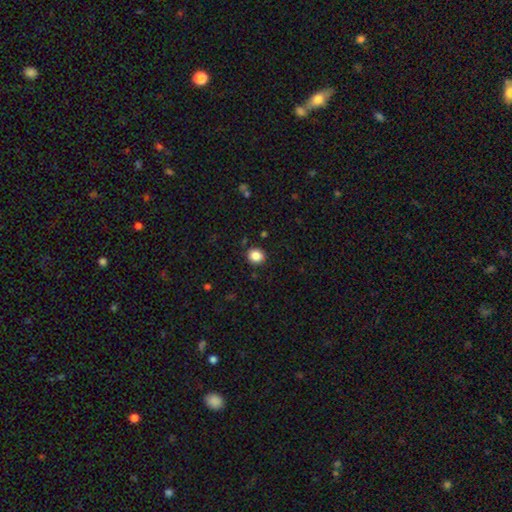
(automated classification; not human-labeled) Q: Smooth or featured?
A: smooth (86%); runner-up: star or artifact (10%)
Q: How rounded?
A: round (83%); runner-up: in between (16%)
Q: Merging?
A: none (89%); runner-up: minor disturbance (7%)